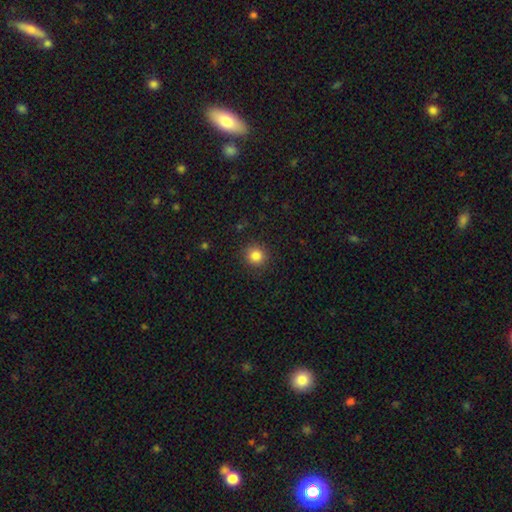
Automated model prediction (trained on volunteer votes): Smooth or featured: smooth — 84% (star or artifact — 11%)
How rounded: round — 91% (in between — 8%)
Merging: none — 90% (minor disturbance — 6%)